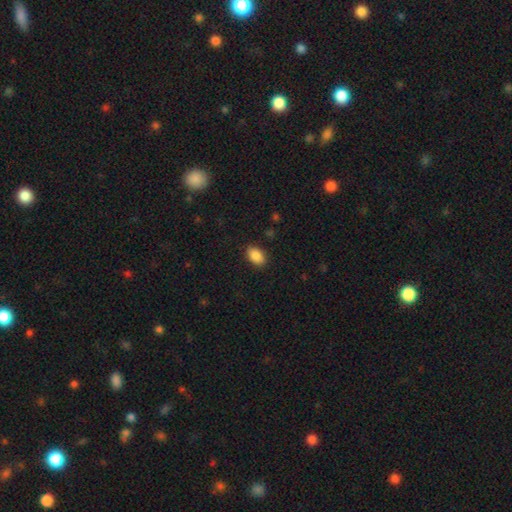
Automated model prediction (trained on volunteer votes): Morphology: type=smooth (89%); roundness=in between (90%); merging=none (89%).